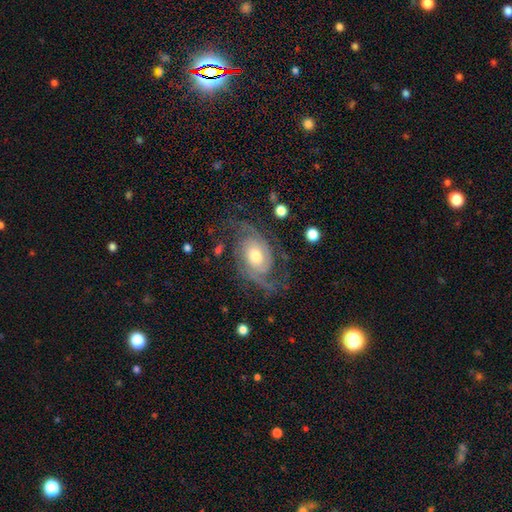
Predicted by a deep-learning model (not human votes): smooth-or-featured: featured or disk: 88% | smooth: 8% | star or artifact: 5%
  disk-edge-on: no: 97% | yes: 3%
    bar: no: 72% | weak: 23% | strong: 5%
    has-spiral-arms: yes: 96% | no: 4%
      spiral-winding: medium: 42% | tight: 38% | loose: 19%
      spiral-arm-count: 2: 60% | 3: 14% | can't tell: 13% | 4: 5% | 1: 5% | more than 4: 4%
    bulge-size: moderate: 68% | small: 18% | large: 11% | dominant: 1% | none: 1%
  merging: none: 66% | minor disturbance: 18% | major disturbance: 14% | merger: 2%